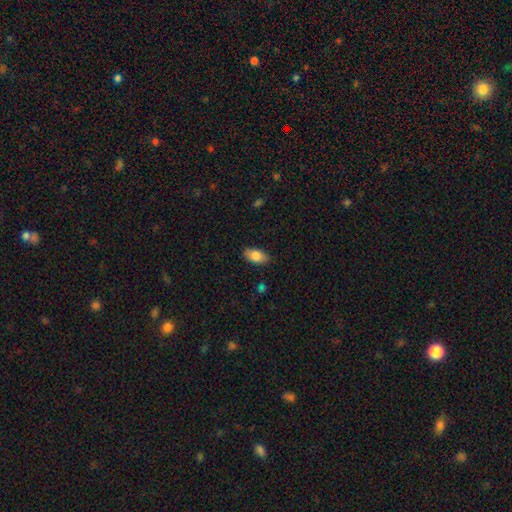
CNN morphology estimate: Smooth or featured? Predicted: smooth (p=0.84). How rounded? Predicted: in between (p=0.91). Merging? Predicted: none (p=0.84).